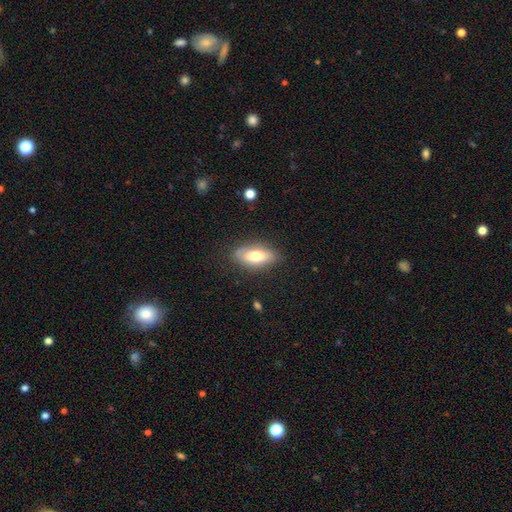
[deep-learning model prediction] This appears to be a smooth galaxy with no disk features (64%) that is in between round and cigar-shaped (86%). Merging: none (78%).